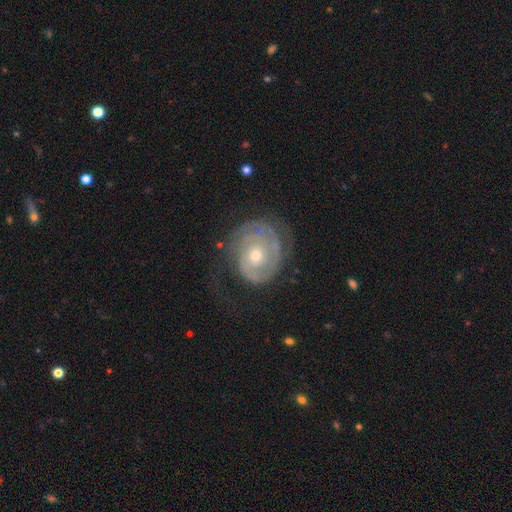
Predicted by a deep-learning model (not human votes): Smooth or featured: featured or disk — 82% (smooth — 12%)
Edge-on disk: no — 97% (yes — 3%)
Bar: no — 76% (weak — 20%)
Spiral arms: yes — 91% (no — 9%)
Spiral winding: tight — 71% (medium — 21%)
Spiral arm count: 2 — 41% (can't tell — 30%)
Bulge size: small — 50% (moderate — 46%)
Merging: none — 62% (minor disturbance — 20%)